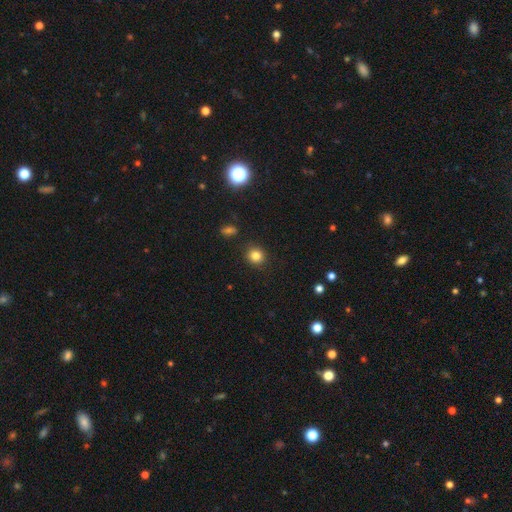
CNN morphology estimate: Smooth or featured?
  - smooth: 82% *
  - star or artifact: 12%
  - featured or disk: 6%
How rounded?
  - round: 87% *
  - in between: 12%
  - cigar-shaped: 1%
Merging?
  - none: 90% *
  - minor disturbance: 7%
  - major disturbance: 2%
  - merger: 2%